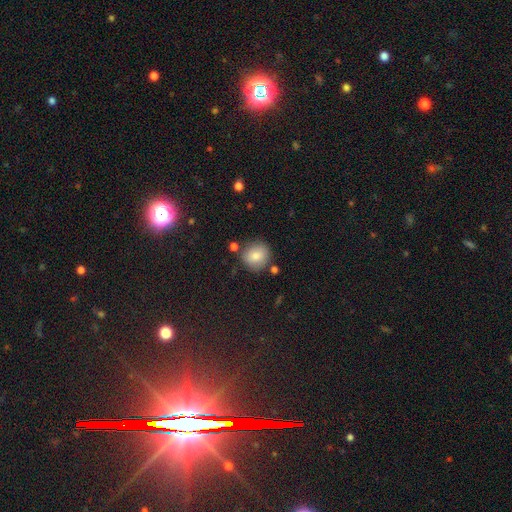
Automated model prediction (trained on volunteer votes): Smooth or featured: smooth — 79% (featured or disk — 11%)
How rounded: round — 86% (in between — 13%)
Merging: none — 78% (minor disturbance — 13%)